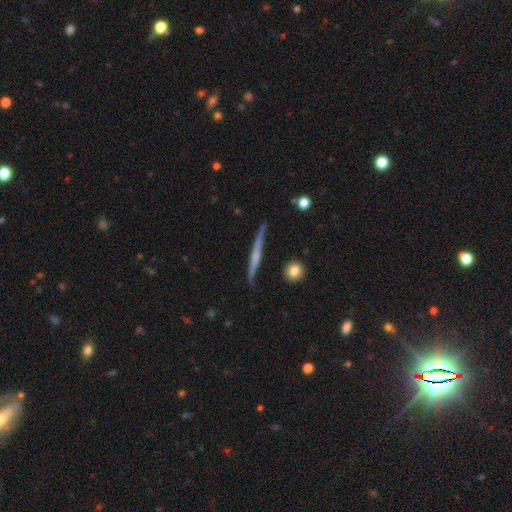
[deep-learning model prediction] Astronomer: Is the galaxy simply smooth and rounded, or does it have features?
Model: featured or disk — 63%.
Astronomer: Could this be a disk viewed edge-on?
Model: yes — 97%.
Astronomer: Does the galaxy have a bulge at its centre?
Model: none — 54% (runner-up: rounded, 35%).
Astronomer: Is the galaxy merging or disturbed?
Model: none — 86%.